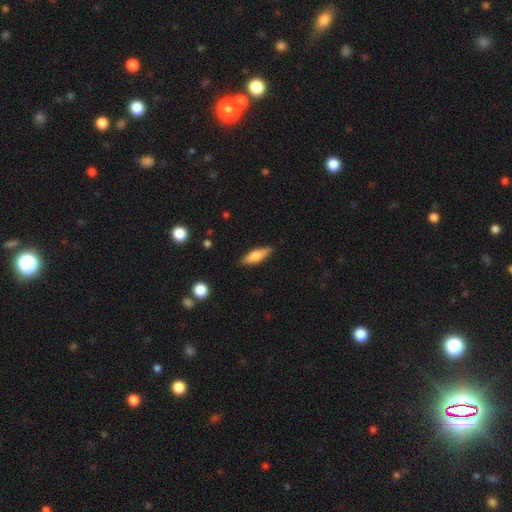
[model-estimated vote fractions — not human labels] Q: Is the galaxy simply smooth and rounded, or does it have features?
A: smooth — 70%.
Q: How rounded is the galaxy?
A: cigar-shaped — 51%.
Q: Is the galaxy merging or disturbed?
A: none — 86%.